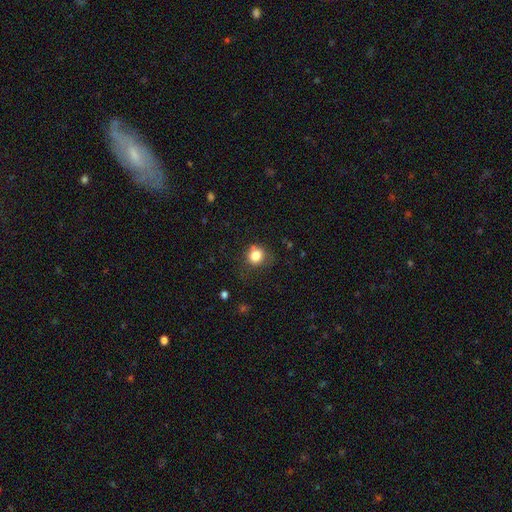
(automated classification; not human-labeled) Q: Smooth or featured?
A: smooth (82%); runner-up: star or artifact (11%)
Q: How rounded?
A: round (80%); runner-up: in between (19%)
Q: Merging?
A: none (65%); runner-up: minor disturbance (23%)